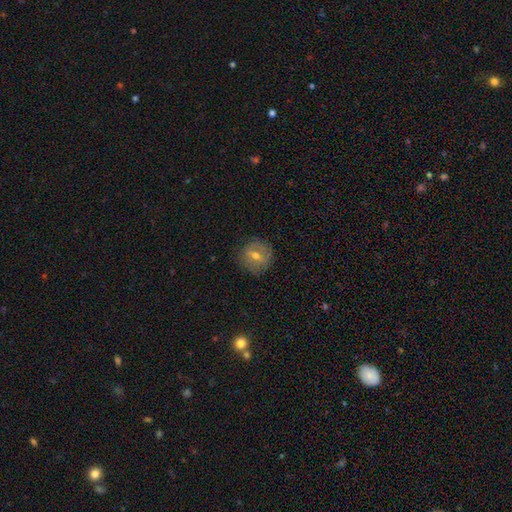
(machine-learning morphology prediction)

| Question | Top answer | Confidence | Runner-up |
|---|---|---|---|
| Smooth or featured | smooth | 45% | featured or disk (43%) |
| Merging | none | 84% | minor disturbance (11%) |